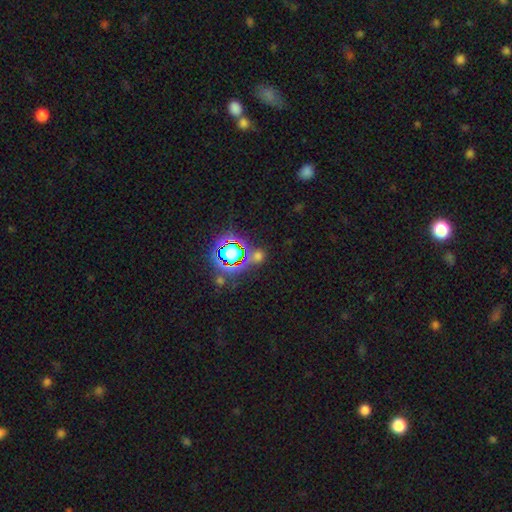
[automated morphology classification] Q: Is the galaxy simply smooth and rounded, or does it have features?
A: star or artifact — 71%.